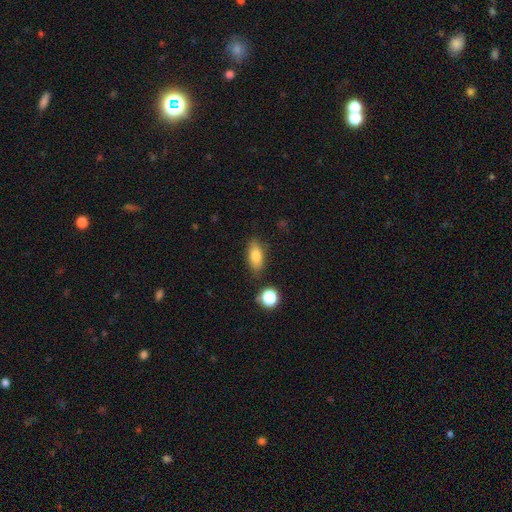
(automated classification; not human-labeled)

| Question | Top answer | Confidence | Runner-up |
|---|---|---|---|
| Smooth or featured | smooth | 81% | featured or disk (10%) |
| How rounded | in between | 83% | cigar-shaped (11%) |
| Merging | none | 81% | minor disturbance (12%) |